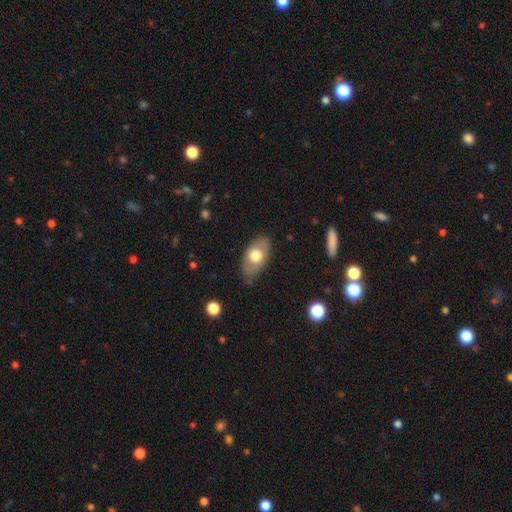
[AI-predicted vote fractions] A smooth galaxy with no disk features (61%) that is in between round and cigar-shaped (91%).

Vote fractions:
- Smooth or featured? smooth: 61% / featured or disk: 33% / star or artifact: 6%
- How rounded? in between: 91% / round: 7% / cigar-shaped: 2%
- Merging? none: 76% / minor disturbance: 18% / major disturbance: 4% / merger: 1%